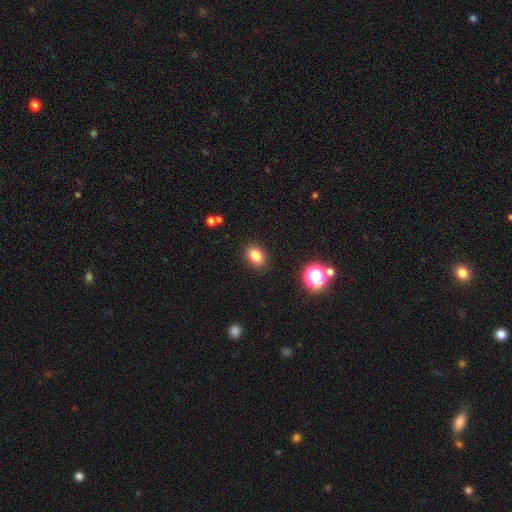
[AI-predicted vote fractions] Q: Smooth or featured?
A: smooth (83%); runner-up: star or artifact (11%)
Q: How rounded?
A: in between (69%); runner-up: round (29%)
Q: Merging?
A: none (88%); runner-up: minor disturbance (8%)